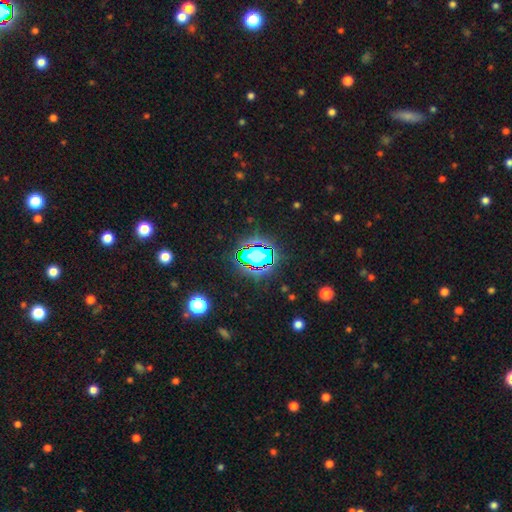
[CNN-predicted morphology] Smooth or featured? Predicted: star or artifact (p=0.58).